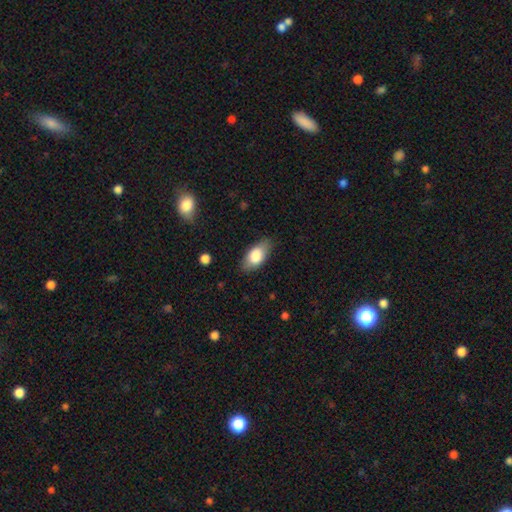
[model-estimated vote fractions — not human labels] This is clearly a smooth galaxy (81%). How rounded: clearly in between (90%). Merging: clearly none (81%).